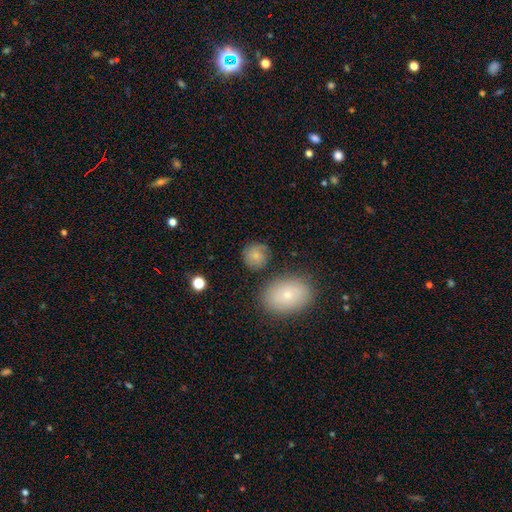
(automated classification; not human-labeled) This is likely a smooth galaxy (72%). How rounded: clearly round (83%). Merging: likely none (72%).